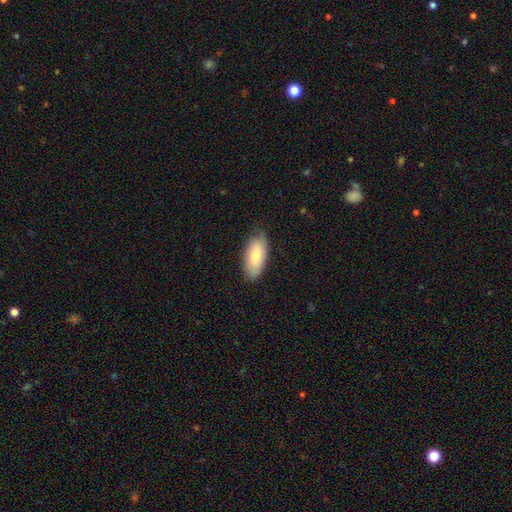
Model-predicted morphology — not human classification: A smooth galaxy with no disk features (74%) that is in between round and cigar-shaped (90%).

Vote fractions:
- Smooth or featured? smooth: 74% / featured or disk: 20% / star or artifact: 6%
- How rounded? in between: 90% / cigar-shaped: 7% / round: 2%
- Merging? none: 80% / minor disturbance: 16% / major disturbance: 3% / merger: 1%